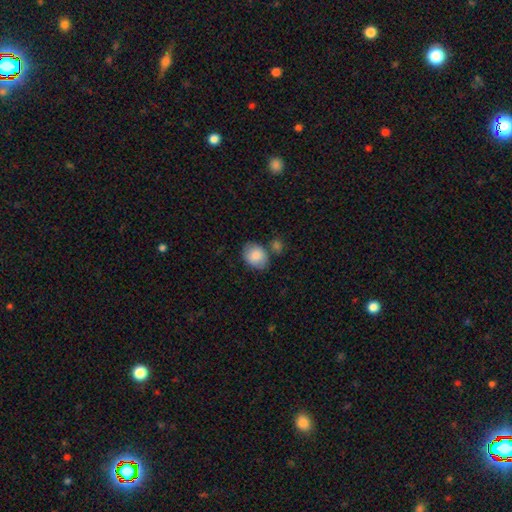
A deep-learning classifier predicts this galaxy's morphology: Smooth or featured: smooth — 85% (featured or disk — 9%)
How rounded: in between — 55% (round — 44%)
Merging: none — 67% (minor disturbance — 16%)